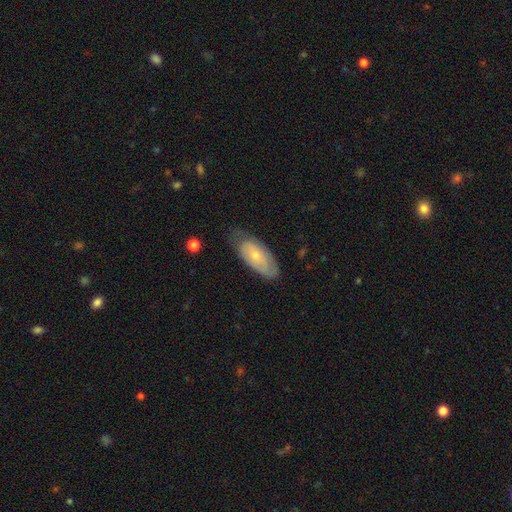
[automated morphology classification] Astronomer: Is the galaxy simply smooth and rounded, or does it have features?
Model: smooth — 54% (runner-up: featured or disk, 40%).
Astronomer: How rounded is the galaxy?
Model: in between — 87%.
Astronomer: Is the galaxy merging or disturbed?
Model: none — 61%.